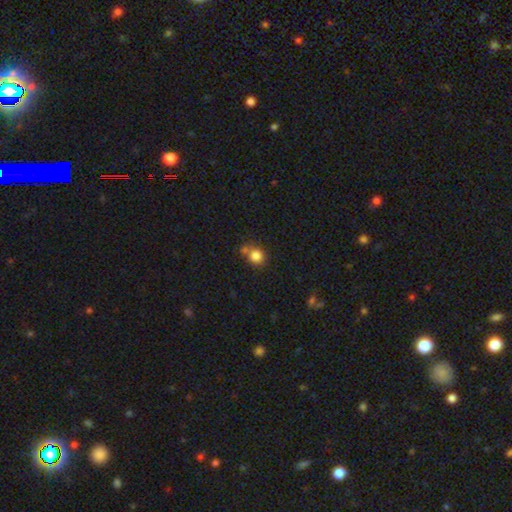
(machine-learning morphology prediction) A smooth galaxy with no disk features (83%) that is round (82%).

Vote fractions:
- Smooth or featured? smooth: 83% / star or artifact: 11% / featured or disk: 6%
- How rounded? round: 82% / in between: 17% / cigar-shaped: 1%
- Merging? none: 59% / merger: 22% / minor disturbance: 14% / major disturbance: 5%